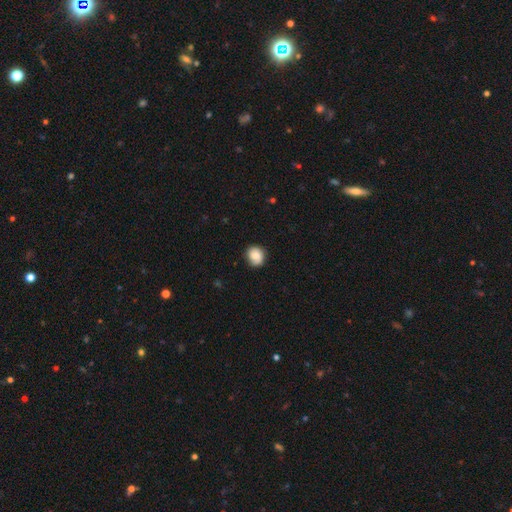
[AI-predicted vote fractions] smooth 72%, featured or disk 19%, star or artifact 9%. Down the decision tree: how rounded — round (75%); merging — none (76%).